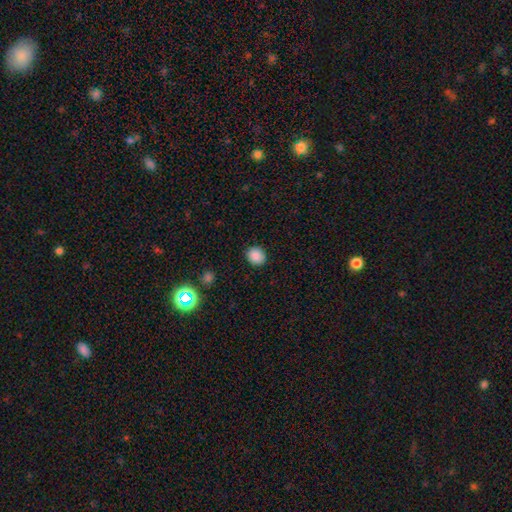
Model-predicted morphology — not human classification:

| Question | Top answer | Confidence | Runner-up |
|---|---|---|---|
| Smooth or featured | smooth | 87% | star or artifact (10%) |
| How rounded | round | 75% | in between (24%) |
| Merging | none | 89% | minor disturbance (7%) |